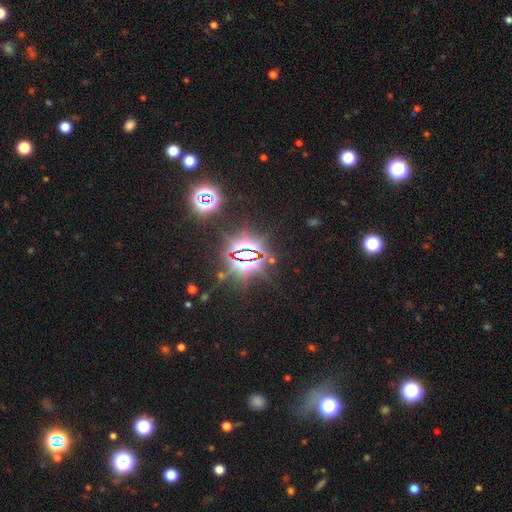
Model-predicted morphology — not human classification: Overall: star or artifact (81%).